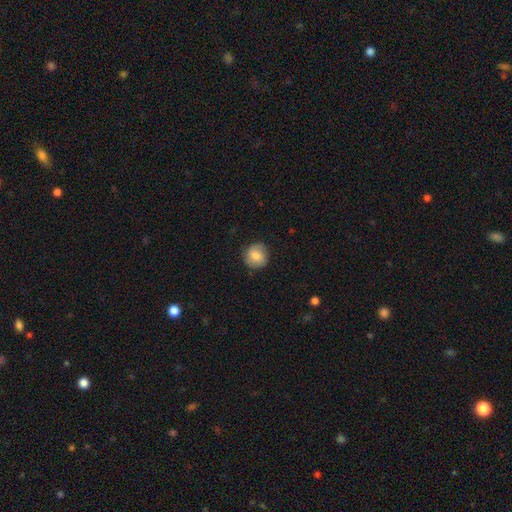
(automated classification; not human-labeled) smooth 74%, featured or disk 19%, star or artifact 8%. Down the decision tree: how rounded — round (88%); merging — none (82%).